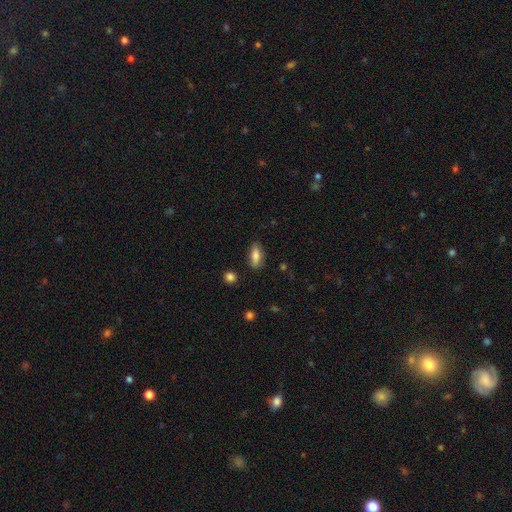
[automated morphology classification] This appears to be a smooth galaxy with no disk features (80%) that is in between round and cigar-shaped (70%). Merging: none (84%).